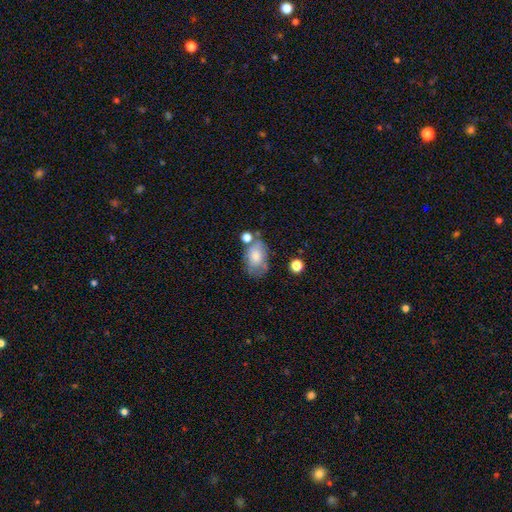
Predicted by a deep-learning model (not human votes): smooth 69%, featured or disk 23%, star or artifact 8%. Down the decision tree: how rounded — in between (88%); merging — none (46%).